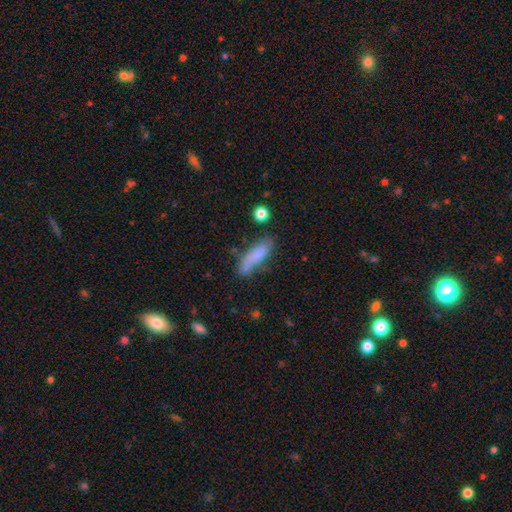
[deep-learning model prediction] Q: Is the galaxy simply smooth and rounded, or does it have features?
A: smooth — 78%.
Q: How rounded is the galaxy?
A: cigar-shaped — 57%.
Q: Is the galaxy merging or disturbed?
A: none — 59%.